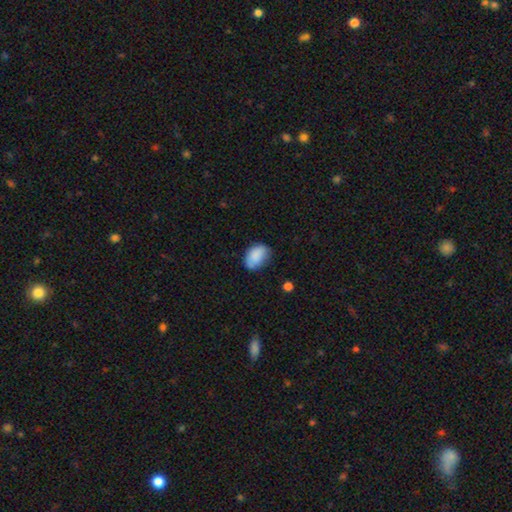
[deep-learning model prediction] This appears to be a smooth galaxy with no disk features (84%) that is in between round and cigar-shaped (83%). Merging: none (62%).